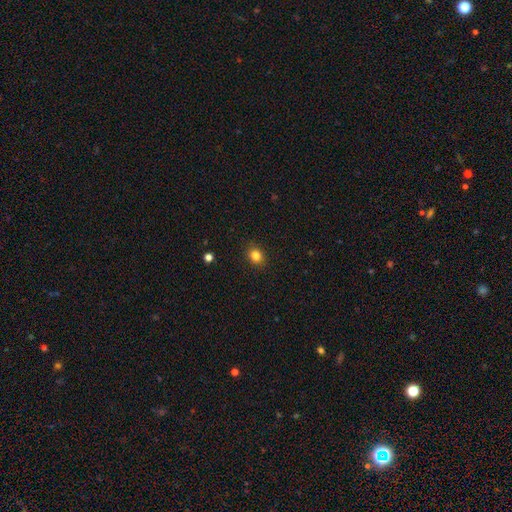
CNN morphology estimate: smooth-or-featured: smooth: 83% | star or artifact: 12% | featured or disk: 5%
  how-rounded: round: 66% | in between: 34% | cigar-shaped: 1%
  merging: none: 90% | minor disturbance: 7% | major disturbance: 2% | merger: 1%